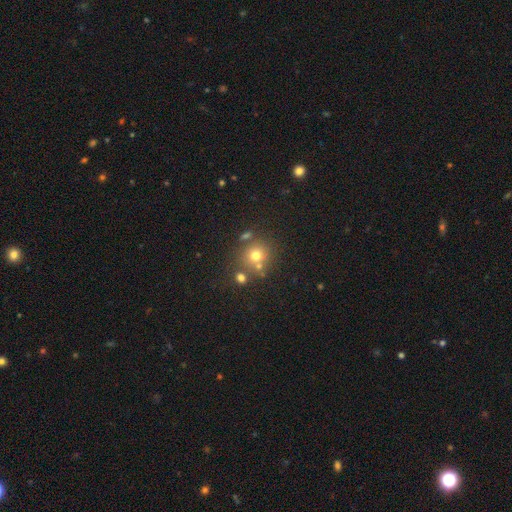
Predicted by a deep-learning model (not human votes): Morphology: type=smooth (69%); roundness=round (87%); merging=none (68%).